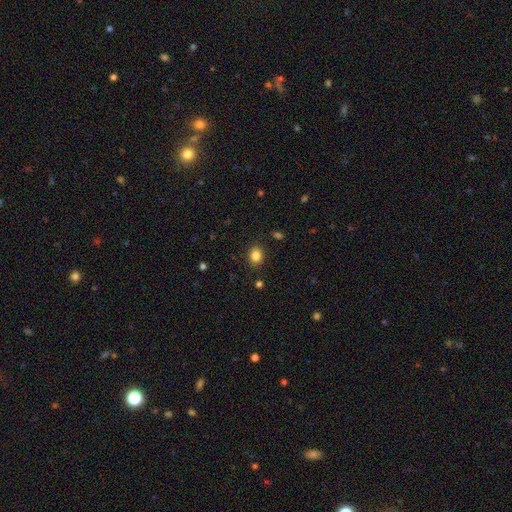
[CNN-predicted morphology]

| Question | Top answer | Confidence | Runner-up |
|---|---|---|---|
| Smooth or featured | smooth | 85% | star or artifact (11%) |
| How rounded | round | 53% | in between (46%) |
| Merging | none | 88% | minor disturbance (8%) |